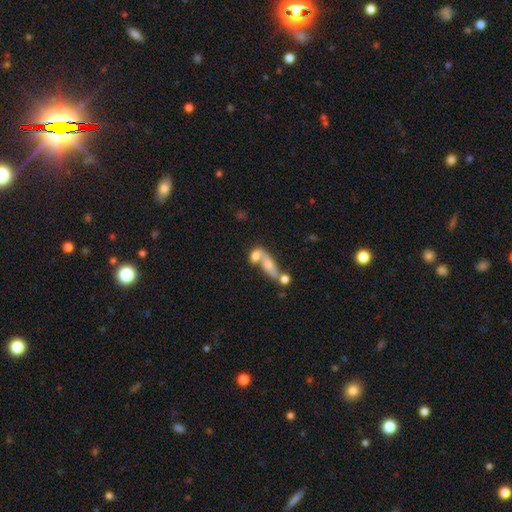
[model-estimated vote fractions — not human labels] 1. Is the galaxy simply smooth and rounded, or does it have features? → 63% smooth, 26% featured or disk, 10% star or artifact.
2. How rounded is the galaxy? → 60% in between, 25% cigar-shaped, 15% round.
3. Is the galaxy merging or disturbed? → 52% merger, 30% none, 10% minor disturbance, 8% major disturbance.